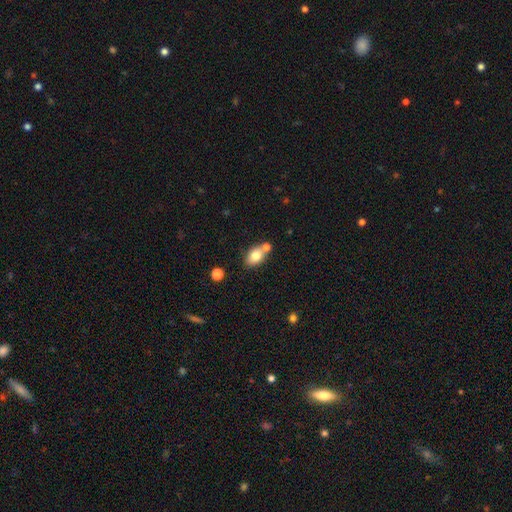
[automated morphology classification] This is likely a smooth galaxy (75%). How rounded: likely in between (80%). Merging: possibly none (58%).